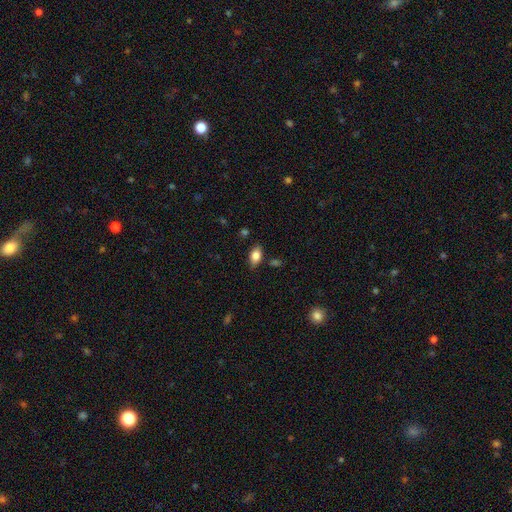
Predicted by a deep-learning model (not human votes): A smooth galaxy with no disk features (81%) that is in between round and cigar-shaped (89%).

Vote fractions:
- Smooth or featured? smooth: 81% / featured or disk: 11% / star or artifact: 8%
- How rounded? in between: 89% / round: 7% / cigar-shaped: 4%
- Merging? none: 82% / minor disturbance: 13% / major disturbance: 3% / merger: 2%